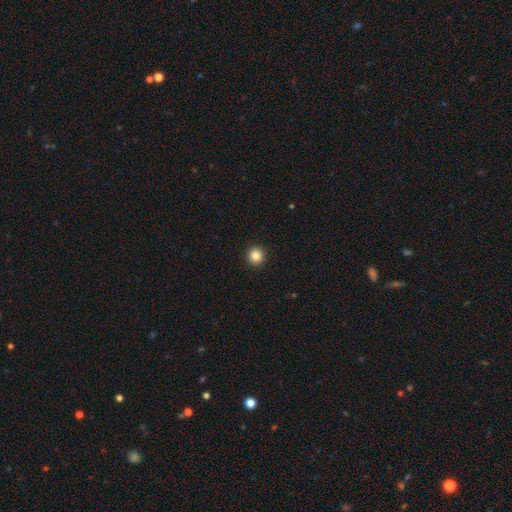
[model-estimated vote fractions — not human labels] A smooth galaxy with no disk features (86%) that is round (93%).

Vote fractions:
- Smooth or featured? smooth: 86% / star or artifact: 10% / featured or disk: 4%
- How rounded? round: 93% / in between: 6% / cigar-shaped: 1%
- Merging? none: 93% / minor disturbance: 4% / major disturbance: 2% / merger: 1%